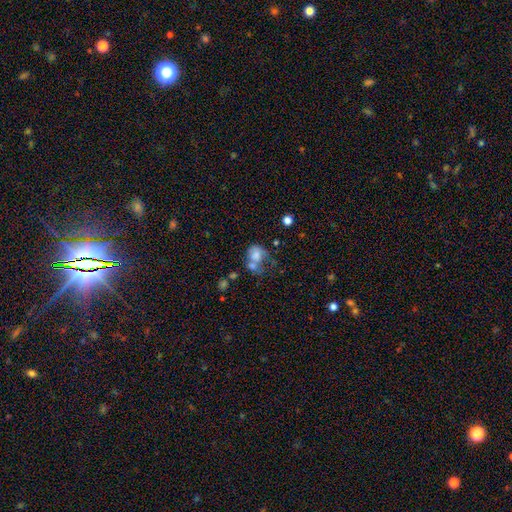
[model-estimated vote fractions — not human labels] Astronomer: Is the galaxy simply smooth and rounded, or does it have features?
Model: smooth — 58%.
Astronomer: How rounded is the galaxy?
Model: round — 55% (runner-up: in between, 44%).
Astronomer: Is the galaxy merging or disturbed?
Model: merger — 42% (runner-up: none, 26%).